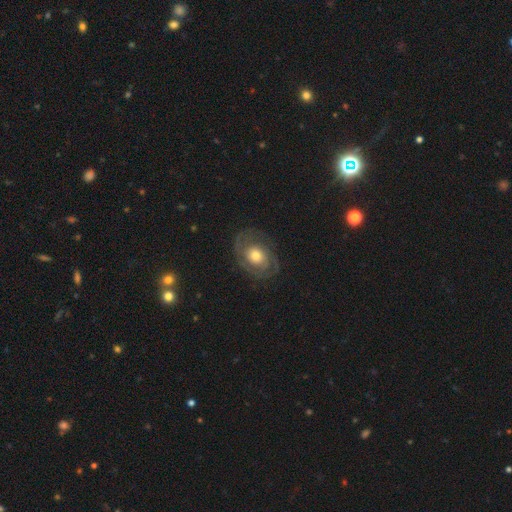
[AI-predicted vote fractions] featured or disk 83%, smooth 12%, star or artifact 5%. Down the decision tree: edge-on disk — no (97%); bar — no (76%); spiral arms — yes (94%); spiral arm count — 2 (58%); spiral winding — tight (59%); bulge size — moderate (68%); merging — none (78%).